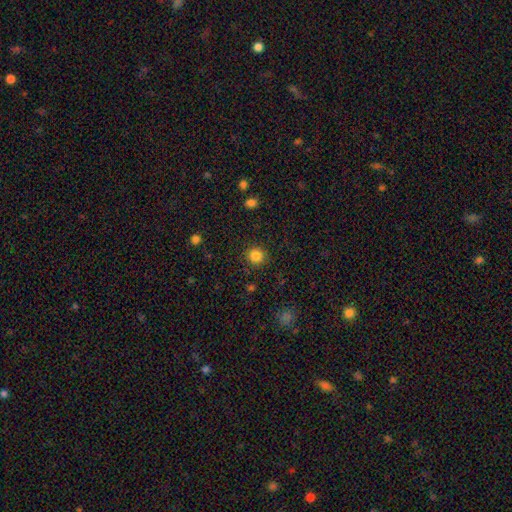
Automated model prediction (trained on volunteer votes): Q: Smooth or featured?
A: smooth (84%); runner-up: star or artifact (12%)
Q: How rounded?
A: round (91%); runner-up: in between (8%)
Q: Merging?
A: none (89%); runner-up: minor disturbance (7%)